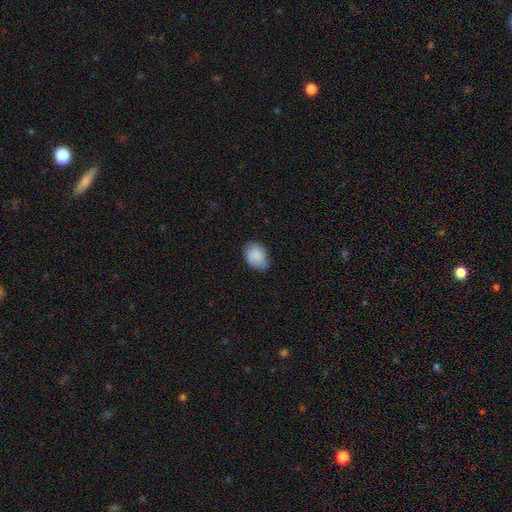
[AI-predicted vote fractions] This is clearly a smooth galaxy (86%). How rounded: clearly in between (81%). Merging: likely none (70%).